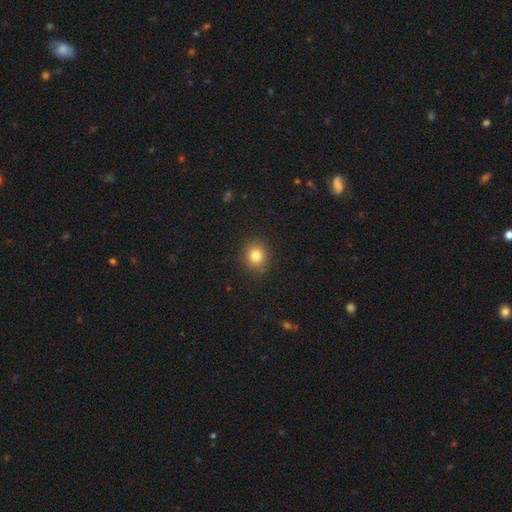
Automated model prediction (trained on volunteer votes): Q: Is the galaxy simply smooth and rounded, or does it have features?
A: smooth — 81%.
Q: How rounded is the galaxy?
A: round — 79%.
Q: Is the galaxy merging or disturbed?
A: none — 89%.